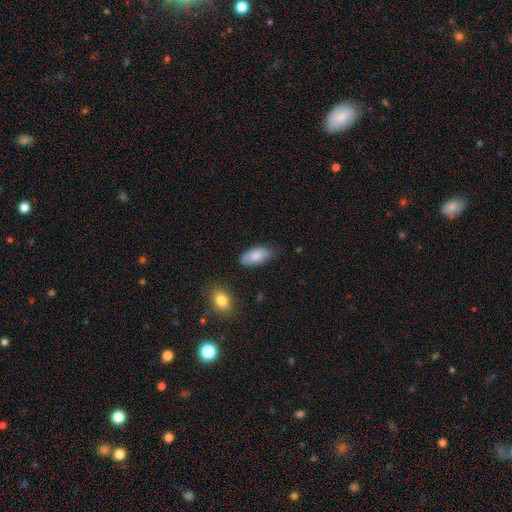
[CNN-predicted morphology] A smooth galaxy with no disk features (83%) that is in between round and cigar-shaped (92%).

Vote fractions:
- Smooth or featured? smooth: 83% / featured or disk: 10% / star or artifact: 6%
- How rounded? in between: 92% / cigar-shaped: 6% / round: 2%
- Merging? none: 76% / minor disturbance: 19% / major disturbance: 3% / merger: 2%